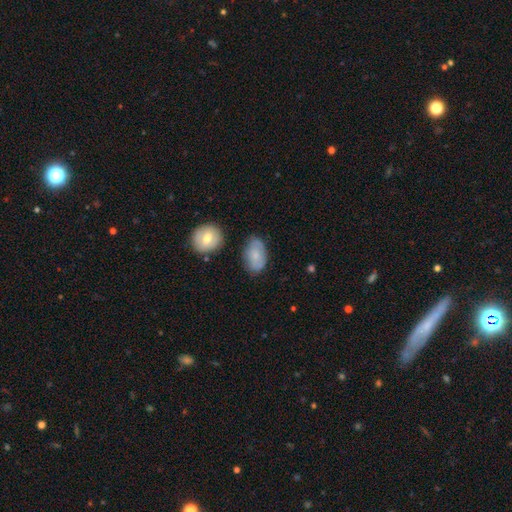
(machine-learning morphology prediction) smooth-or-featured: smooth: 74% | featured or disk: 19% | star or artifact: 7%
  how-rounded: in between: 90% | round: 8% | cigar-shaped: 2%
  merging: none: 65% | minor disturbance: 25% | major disturbance: 6% | merger: 4%